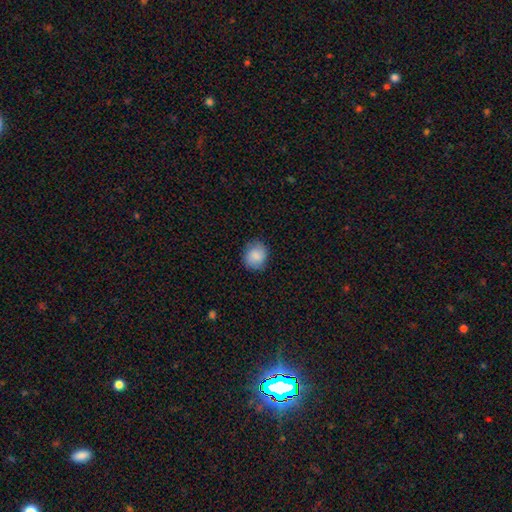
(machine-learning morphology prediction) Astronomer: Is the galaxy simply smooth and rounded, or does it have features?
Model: smooth — 81%.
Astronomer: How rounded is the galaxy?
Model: round — 76%.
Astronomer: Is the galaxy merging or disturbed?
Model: none — 81%.